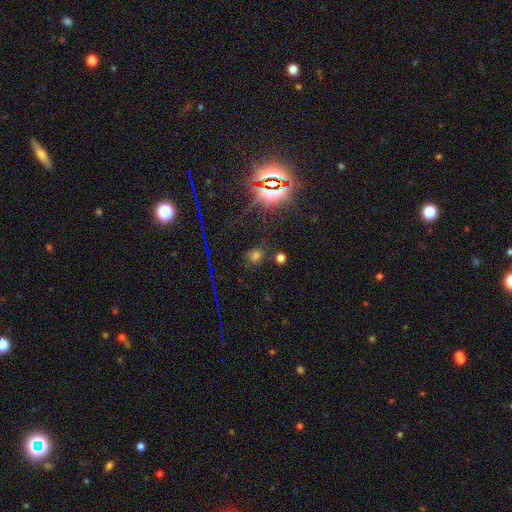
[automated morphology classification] A smooth galaxy with no disk features (52%) that is round (68%). Merging: none (75%).